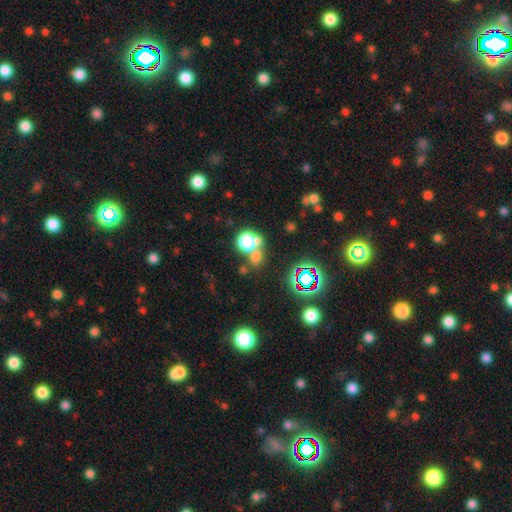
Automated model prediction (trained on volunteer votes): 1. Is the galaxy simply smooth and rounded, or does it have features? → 65% smooth, 23% star or artifact, 12% featured or disk.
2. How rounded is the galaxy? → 74% round, 25% in between, 2% cigar-shaped.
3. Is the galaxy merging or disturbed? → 43% merger, 42% none, 9% minor disturbance, 6% major disturbance.